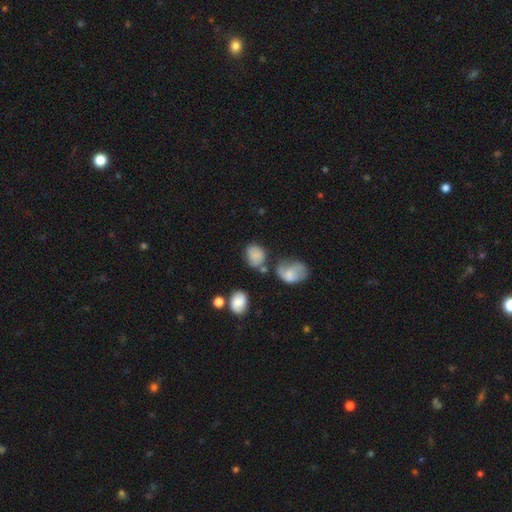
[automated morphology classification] This is likely a smooth galaxy (77%). How rounded: possibly round (52%). Merging: possibly none (49%).